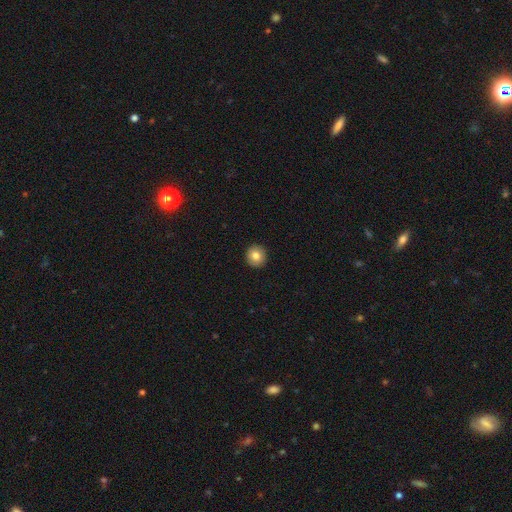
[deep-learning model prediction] smooth 82%, featured or disk 9%, star or artifact 9%. Down the decision tree: how rounded — round (92%); merging — none (93%).